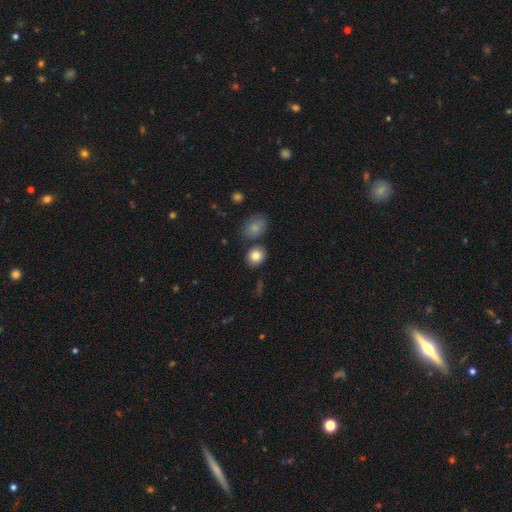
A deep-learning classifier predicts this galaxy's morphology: The model was most divided on "how rounded": round: 73%, in between: 26%, cigar-shaped: 1%. More confident: smooth or featured — smooth (84%); merging — none (79%).